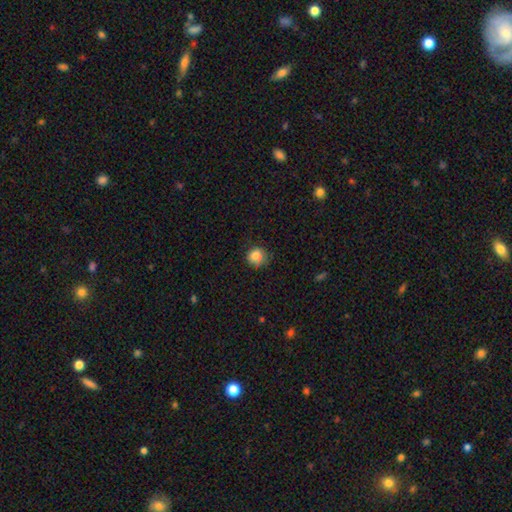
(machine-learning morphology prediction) smooth_or_featured: smooth (p=0.83) [alt: star or artifact p=0.10]
how_rounded: round (p=0.86) [alt: in between p=0.13]
merging: none (p=0.72) [alt: minor disturbance p=0.21]